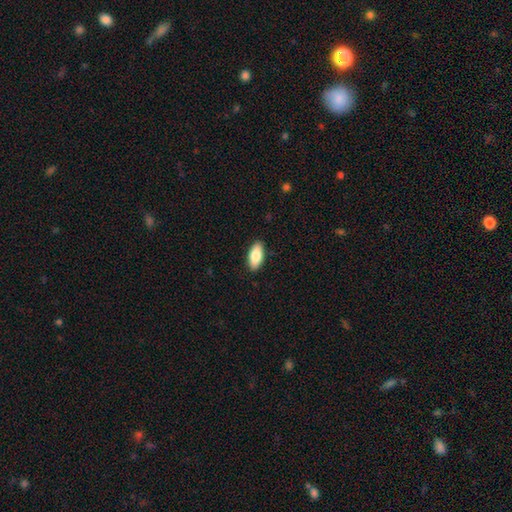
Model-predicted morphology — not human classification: The model was most divided on "smooth or featured": smooth: 84%, featured or disk: 10%, star or artifact: 6%. More confident: how rounded — in between (90%); merging — none (89%).